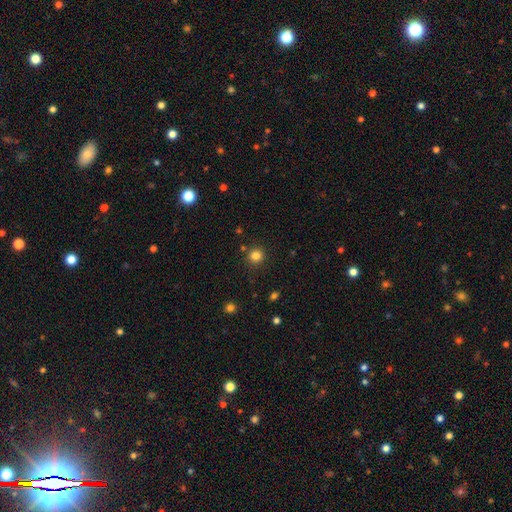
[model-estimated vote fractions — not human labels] Morphology: type=smooth (82%); roundness=round (91%); merging=none (86%).